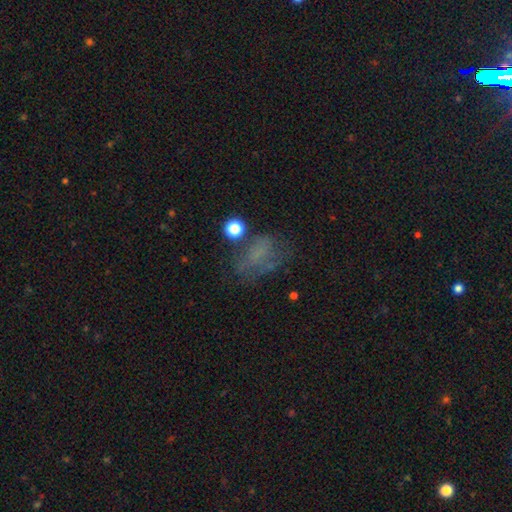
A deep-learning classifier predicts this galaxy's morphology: type=smooth (44%); merging=none (46%).